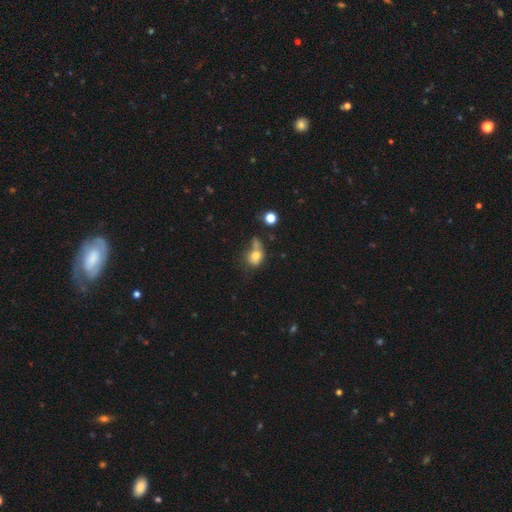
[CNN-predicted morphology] The model was most divided on "merging": merger: 30%, none: 29%, minor disturbance: 22%, major disturbance: 20%. More confident: smooth or featured — smooth (71%); how rounded — in between (54%).